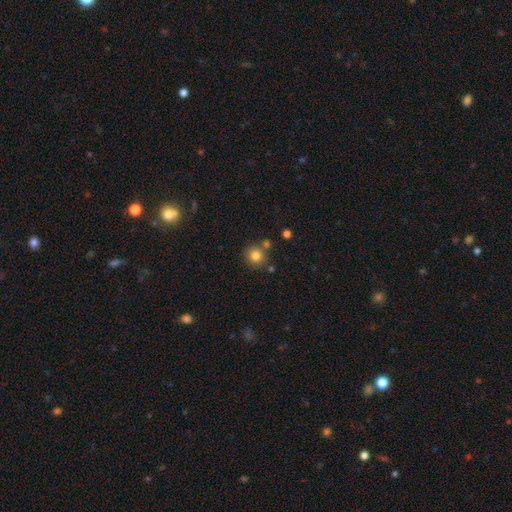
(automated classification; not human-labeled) Q: Smooth or featured?
A: smooth (80%); runner-up: star or artifact (13%)
Q: How rounded?
A: round (90%); runner-up: in between (9%)
Q: Merging?
A: none (75%); runner-up: merger (13%)